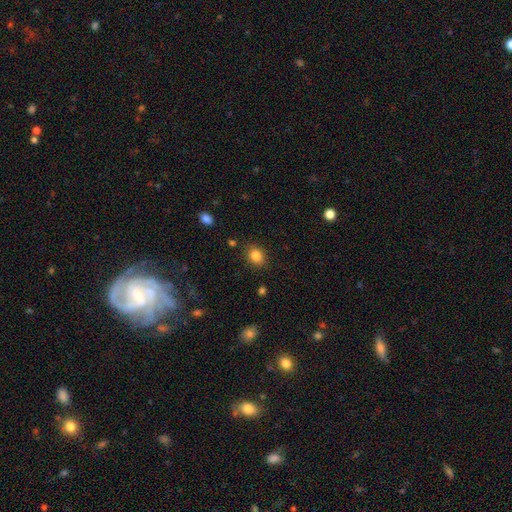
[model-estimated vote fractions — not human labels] This appears to be a smooth galaxy with no disk features (84%) that is in between round and cigar-shaped (54%). Merging: none (85%).